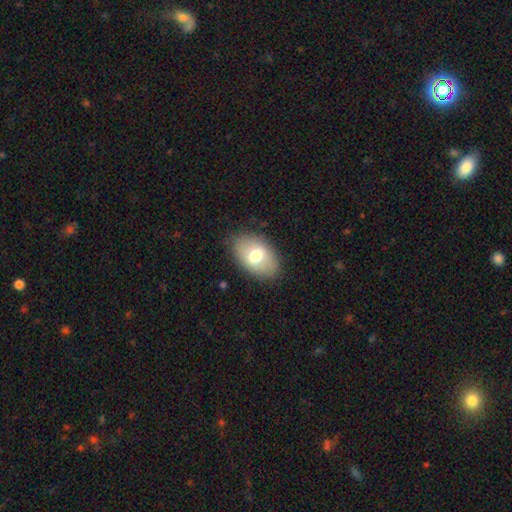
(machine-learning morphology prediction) The model was most divided on "smooth or featured": smooth: 69%, featured or disk: 23%, star or artifact: 7%. More confident: how rounded — in between (89%); merging — none (82%).